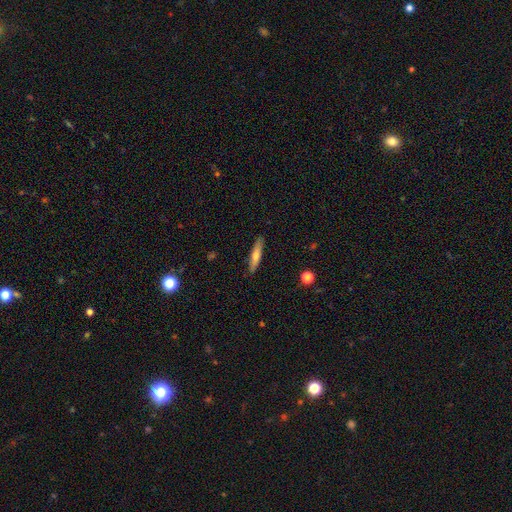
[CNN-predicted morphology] A smooth galaxy with no disk features (57%) that is cigar-shaped (87%). Merging: none (89%).